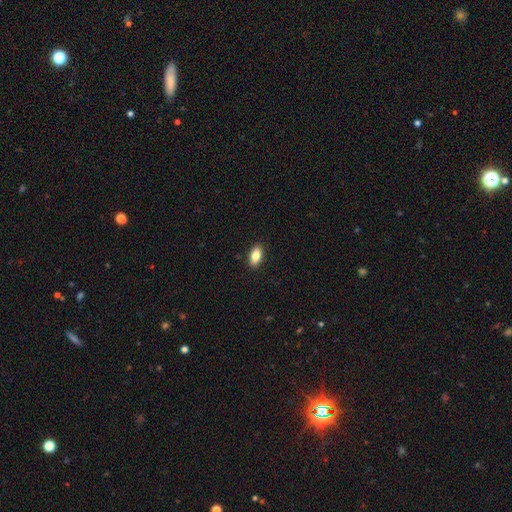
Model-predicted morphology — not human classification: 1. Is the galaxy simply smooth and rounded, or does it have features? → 83% smooth, 10% featured or disk, 7% star or artifact.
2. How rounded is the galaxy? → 90% in between, 6% cigar-shaped, 4% round.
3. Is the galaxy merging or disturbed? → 90% none, 7% minor disturbance, 2% major disturbance, 1% merger.